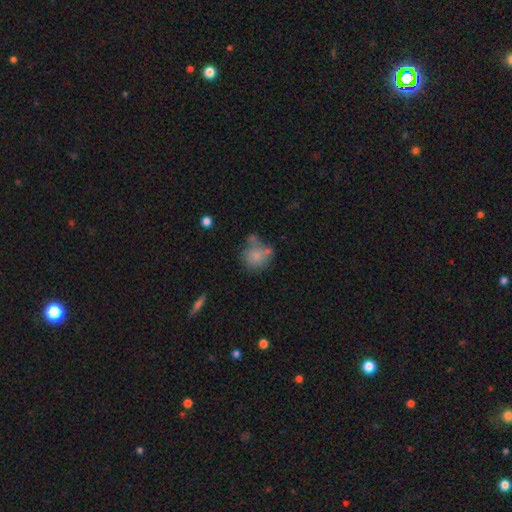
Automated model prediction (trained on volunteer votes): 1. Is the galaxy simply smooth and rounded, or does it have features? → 71% smooth, 19% featured or disk, 10% star or artifact.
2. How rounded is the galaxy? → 72% round, 27% in between, 1% cigar-shaped.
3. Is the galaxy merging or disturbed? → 39% none, 24% minor disturbance, 19% merger, 17% major disturbance.